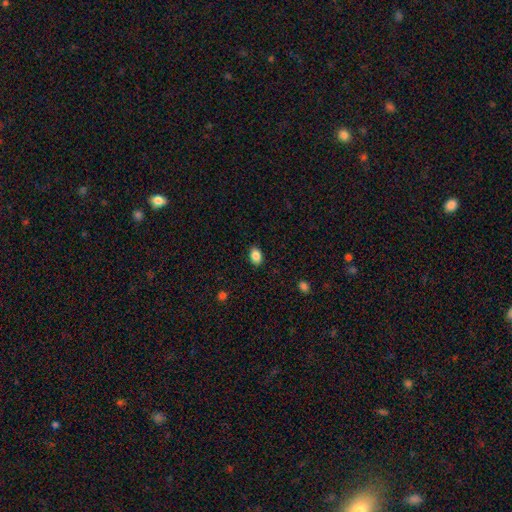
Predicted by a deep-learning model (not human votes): Smooth or featured?
  - smooth: 87% *
  - star or artifact: 8%
  - featured or disk: 4%
How rounded?
  - in between: 80% *
  - round: 19%
  - cigar-shaped: 1%
Merging?
  - none: 89% *
  - minor disturbance: 8%
  - major disturbance: 2%
  - merger: 1%